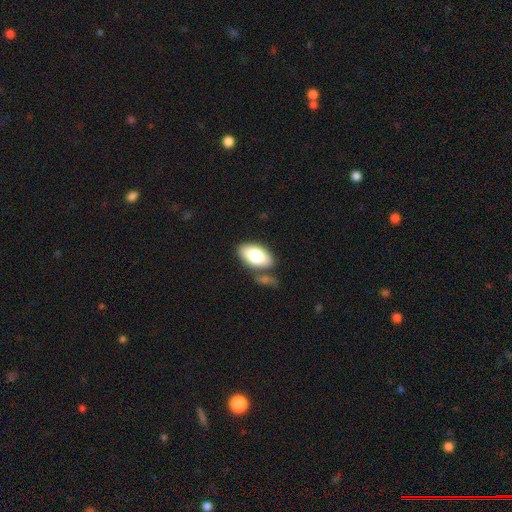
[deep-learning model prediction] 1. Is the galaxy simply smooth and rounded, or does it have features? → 79% smooth, 15% featured or disk, 6% star or artifact.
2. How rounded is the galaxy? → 94% in between, 4% round, 2% cigar-shaped.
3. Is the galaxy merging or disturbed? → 68% none, 14% minor disturbance, 13% merger, 5% major disturbance.